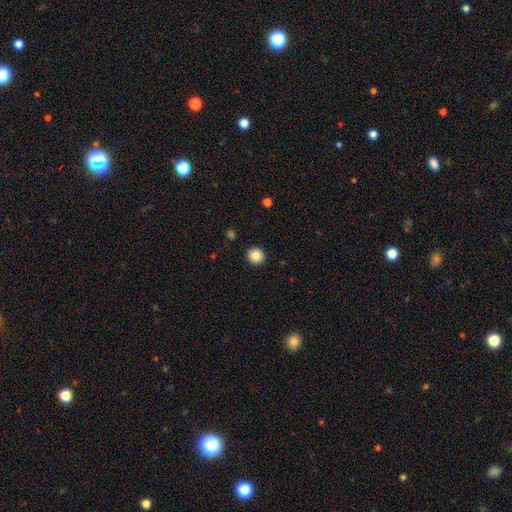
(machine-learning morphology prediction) smooth-or-featured: smooth: 86% | star or artifact: 10% | featured or disk: 4%
  how-rounded: round: 91% | in between: 8% | cigar-shaped: 1%
  merging: none: 91% | minor disturbance: 6% | major disturbance: 2% | merger: 1%